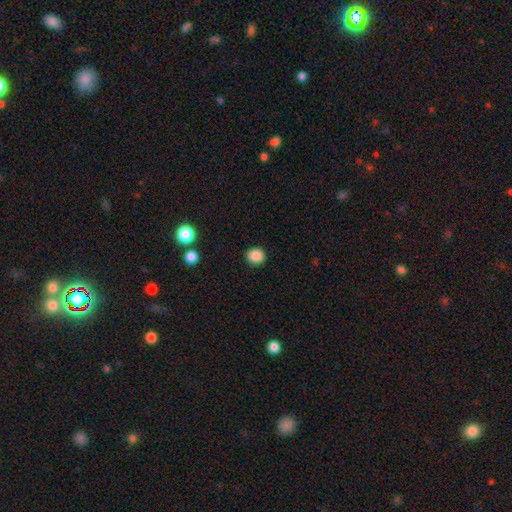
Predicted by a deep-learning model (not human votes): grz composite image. It shows a smooth galaxy with no disk features (87%) that is round (83%). Merging: none (90%).